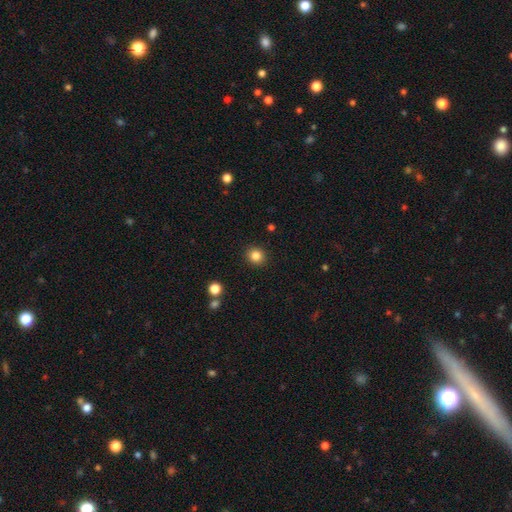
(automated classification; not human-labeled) Morphology: type=smooth (85%); roundness=round (86%); merging=none (91%).